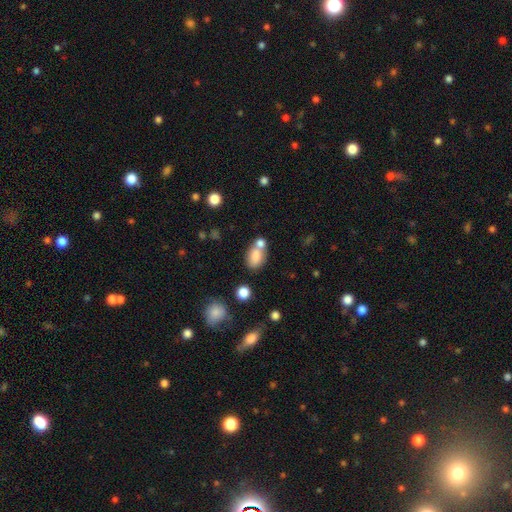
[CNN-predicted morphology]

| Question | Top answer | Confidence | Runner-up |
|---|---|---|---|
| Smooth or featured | smooth | 79% | featured or disk (12%) |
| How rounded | in between | 80% | round (18%) |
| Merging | none | 44% | merger (38%) |